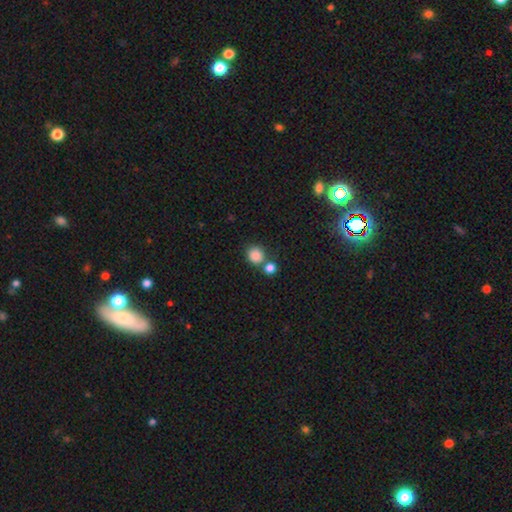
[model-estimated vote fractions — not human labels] smooth 85%, star or artifact 10%, featured or disk 5%. Down the decision tree: how rounded — round (84%); merging — none (62%).